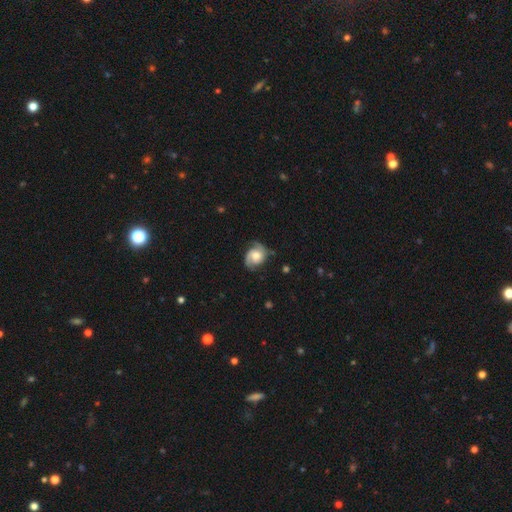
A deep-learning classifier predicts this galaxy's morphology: Overall: featured or disk (77%). Edge-on disk: no (98%). Bar: no (65%; weak 30%). Spiral arms: yes (95%). Spiral arm count: 2 (76%). Spiral winding: medium (44%; tight 39%). Bulge size: moderate (55%; large 20%). Merging: none (67%).